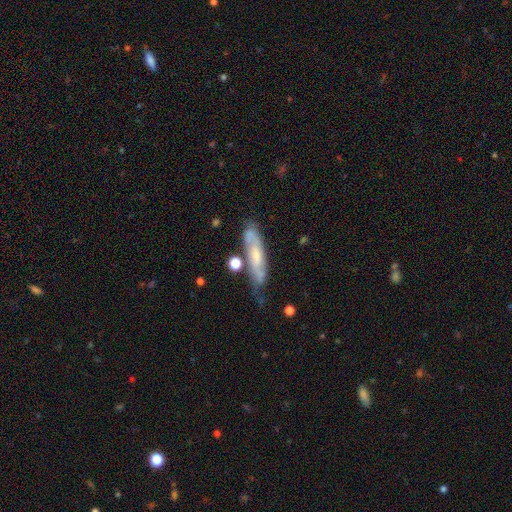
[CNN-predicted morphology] This is possibly a featured or disk galaxy (59%). It is likely not viewed edge-on (66%). Merging: possibly none (57%).